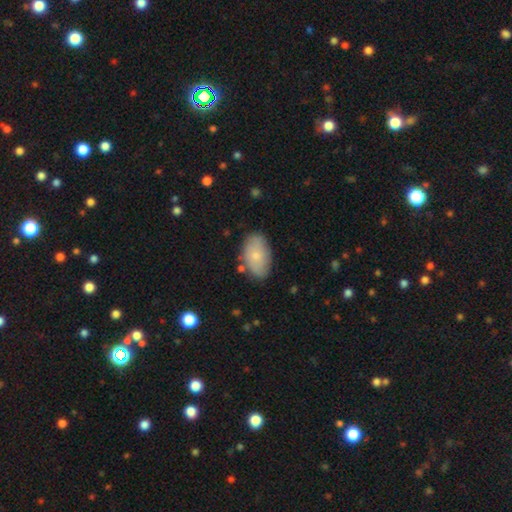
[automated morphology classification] Smooth or featured? smooth (71%)
How rounded? in between (92%)
Merging? none (78%)